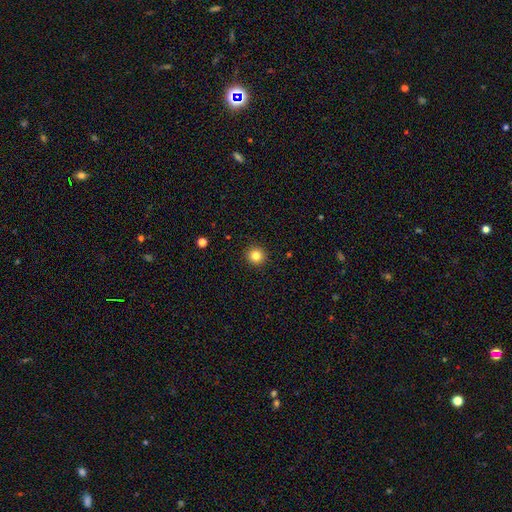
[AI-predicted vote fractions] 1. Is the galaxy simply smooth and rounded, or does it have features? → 83% smooth, 12% star or artifact, 5% featured or disk.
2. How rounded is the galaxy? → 95% round, 4% in between, 1% cigar-shaped.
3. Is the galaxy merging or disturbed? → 93% none, 5% minor disturbance, 2% major disturbance, 1% merger.